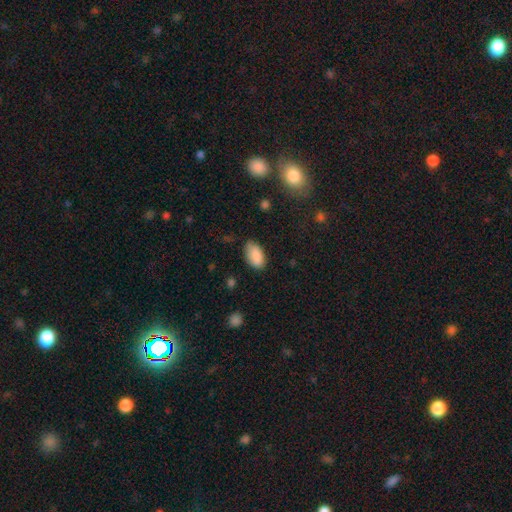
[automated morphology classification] Smooth or featured: smooth — 88% (star or artifact — 7%)
How rounded: in between — 94% (round — 4%)
Merging: none — 73% (minor disturbance — 21%)